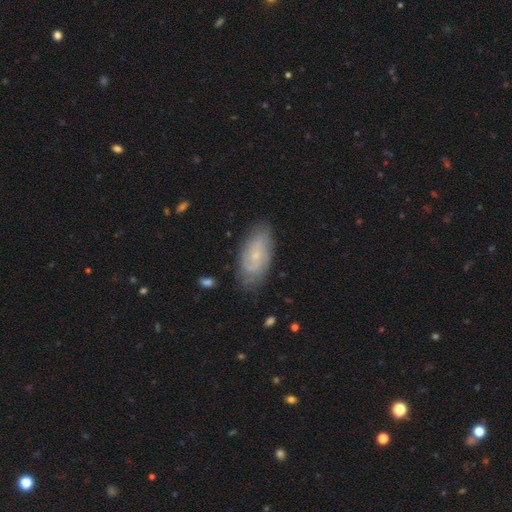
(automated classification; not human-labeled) Q: Smooth or featured?
A: featured or disk (59%); runner-up: smooth (34%)
Q: Edge-on disk?
A: no (92%); runner-up: yes (8%)
Q: Bar?
A: no (64%); runner-up: weak (32%)
Q: Spiral arms?
A: yes (85%); runner-up: no (15%)
Q: Bulge size?
A: small (75%); runner-up: moderate (18%)
Q: Merging?
A: none (77%); runner-up: minor disturbance (17%)